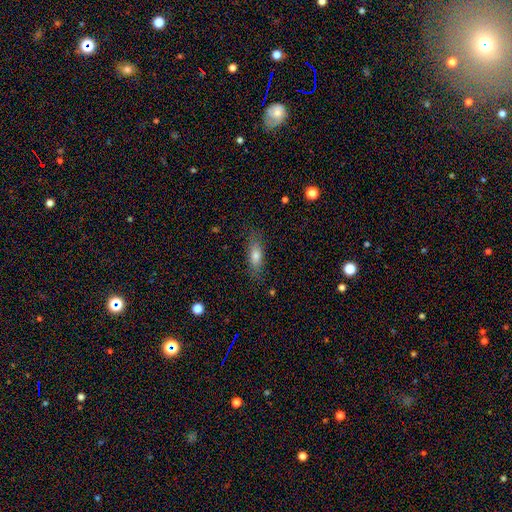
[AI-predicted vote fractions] Smooth or featured? smooth (71%)
How rounded? in between (58%)
Merging? none (81%)